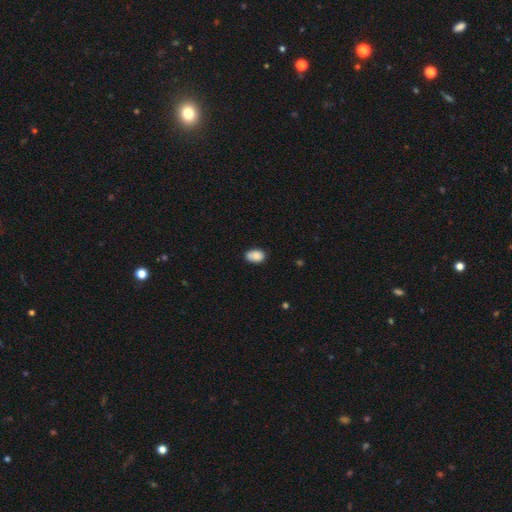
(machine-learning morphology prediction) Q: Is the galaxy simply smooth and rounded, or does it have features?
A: smooth — 85%.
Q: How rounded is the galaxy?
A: in between — 86%.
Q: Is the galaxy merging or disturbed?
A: none — 70%.